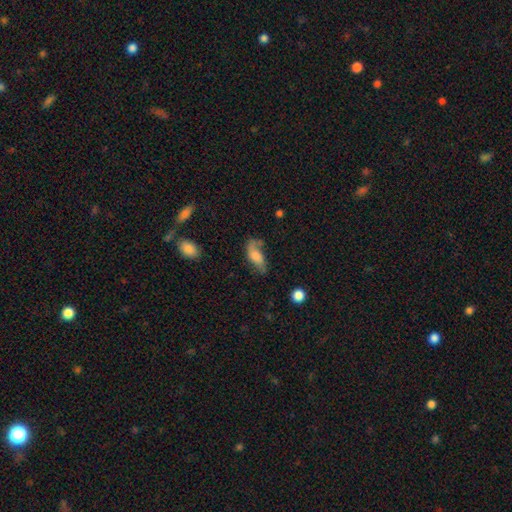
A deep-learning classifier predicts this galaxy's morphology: The model was most divided on "merging": none: 46%, minor disturbance: 30%, major disturbance: 17%, merger: 7%. More confident: how rounded — in between (81%); smooth or featured — smooth (61%).